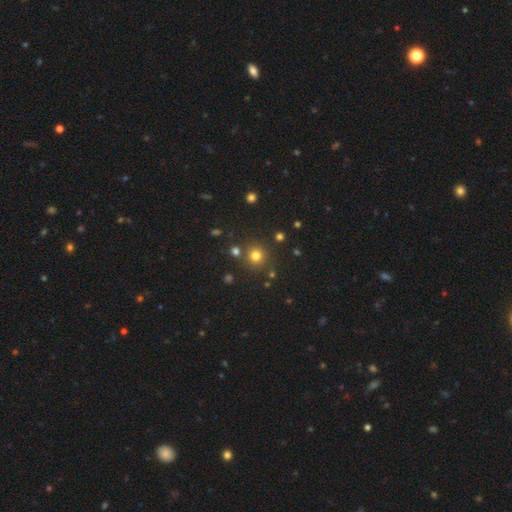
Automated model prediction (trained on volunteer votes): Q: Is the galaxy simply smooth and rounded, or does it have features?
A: smooth — 76%.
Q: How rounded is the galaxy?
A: round — 93%.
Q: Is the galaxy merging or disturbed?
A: none — 83%.